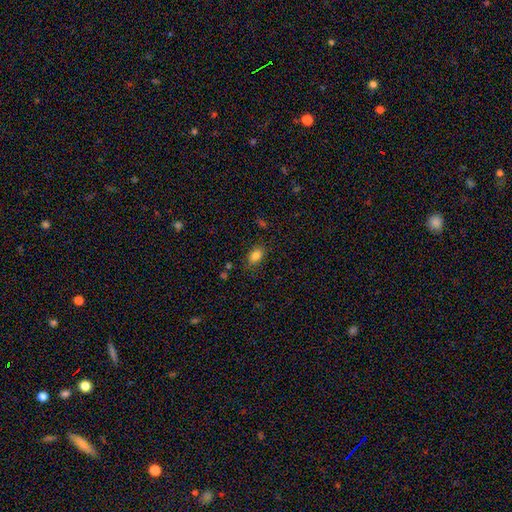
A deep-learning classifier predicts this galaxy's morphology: A smooth galaxy with no disk features (83%) that is in between round and cigar-shaped (84%).

Vote fractions:
- Smooth or featured? smooth: 83% / star or artifact: 11% / featured or disk: 6%
- How rounded? in between: 84% / round: 14% / cigar-shaped: 2%
- Merging? none: 80% / minor disturbance: 14% / major disturbance: 4% / merger: 2%